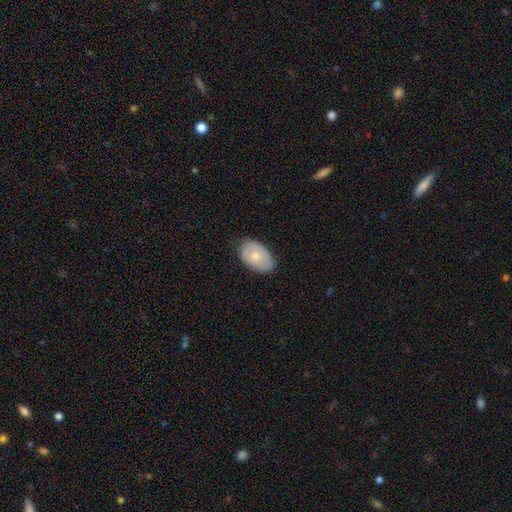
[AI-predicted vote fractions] smooth_or_featured: smooth (p=0.64) [alt: featured or disk p=0.30]
how_rounded: in between (p=0.88) [alt: round p=0.11]
merging: none (p=0.73) [alt: minor disturbance p=0.22]